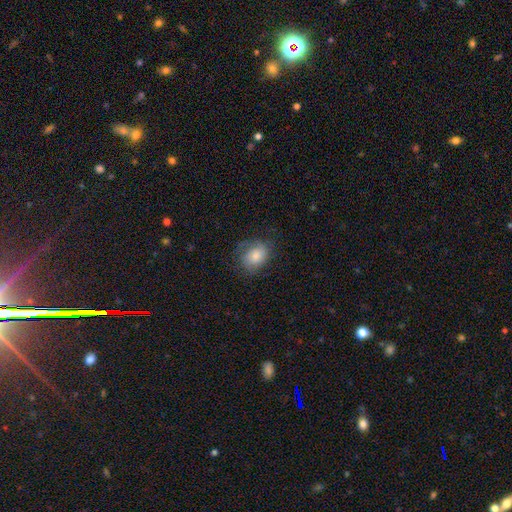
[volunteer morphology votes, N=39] A smooth galaxy with no disk features (62%) that is in between round and cigar-shaped (58%). Merging: none (63%).